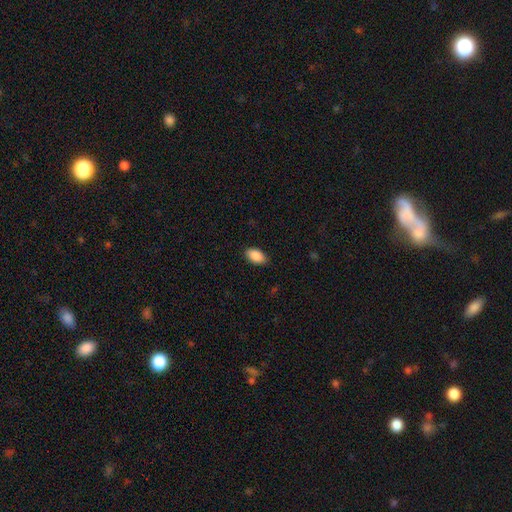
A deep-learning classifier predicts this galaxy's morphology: smooth-or-featured: smooth: 88% | star or artifact: 7% | featured or disk: 5%
  how-rounded: in between: 94% | round: 4% | cigar-shaped: 2%
  merging: none: 87% | minor disturbance: 10% | major disturbance: 2% | merger: 1%